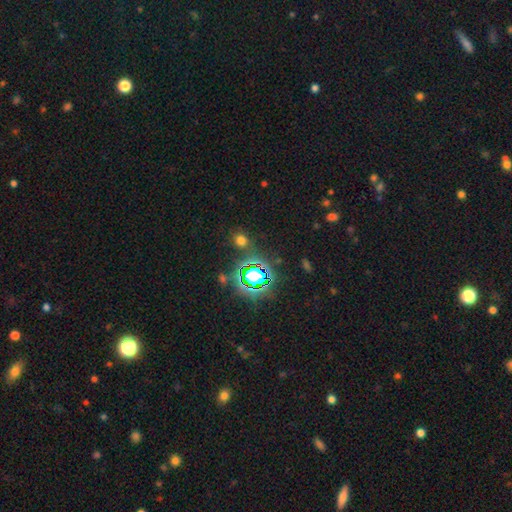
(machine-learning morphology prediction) This is likely a star or artifact rather than a galaxy (77%).